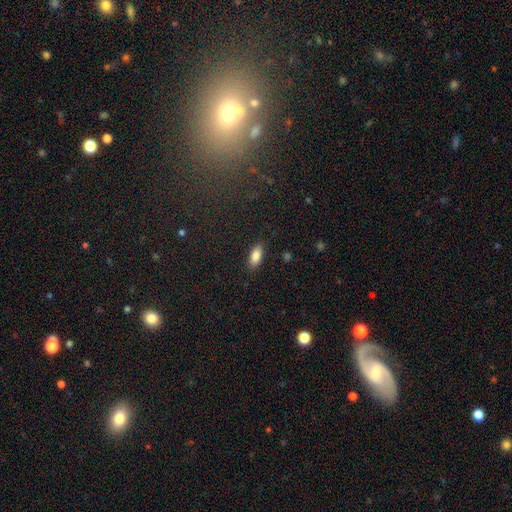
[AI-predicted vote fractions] This appears to be a smooth galaxy with no disk features (86%) that is in between round and cigar-shaped (86%). Merging: none (86%).